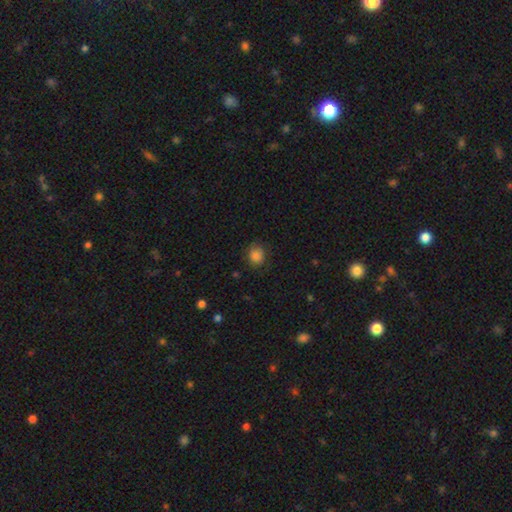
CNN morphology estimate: This is clearly a smooth galaxy (84%). How rounded: likely round (78%). Merging: clearly none (81%).